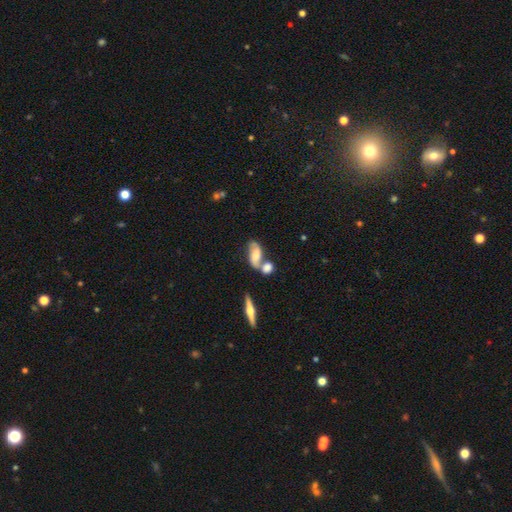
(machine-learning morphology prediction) Overall: featured or disk (57%; smooth 35%). Edge-on disk: no (83%). Merging: none (41%; merger 39%).